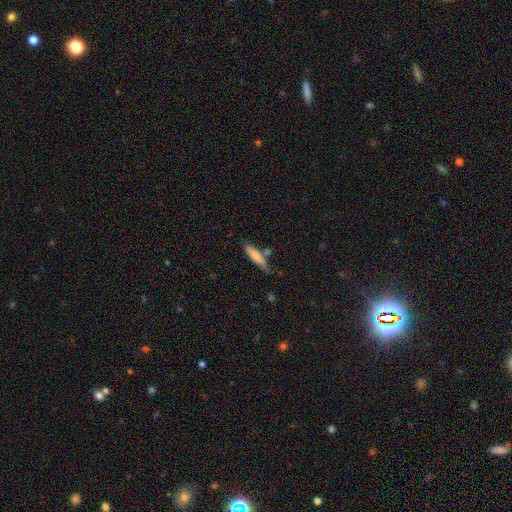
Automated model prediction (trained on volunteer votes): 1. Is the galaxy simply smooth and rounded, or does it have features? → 72% smooth, 22% featured or disk, 6% star or artifact.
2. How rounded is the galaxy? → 79% cigar-shaped, 20% in between, 2% round.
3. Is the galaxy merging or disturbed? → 64% none, 21% minor disturbance, 10% merger, 5% major disturbance.